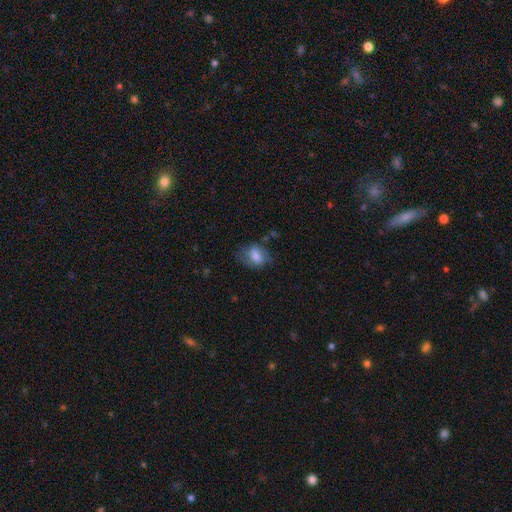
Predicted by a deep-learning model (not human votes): Smooth or featured?
  - smooth: 64% *
  - featured or disk: 27%
  - star or artifact: 8%
How rounded?
  - in between: 78% *
  - round: 19%
  - cigar-shaped: 3%
Merging?
  - none: 51% *
  - minor disturbance: 29%
  - major disturbance: 17%
  - merger: 3%